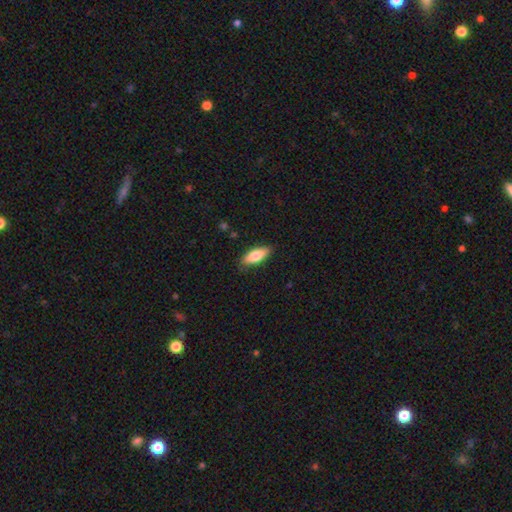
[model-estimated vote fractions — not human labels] A smooth galaxy with no disk features (73%) that is in between round and cigar-shaped (68%). Merging: none (84%).